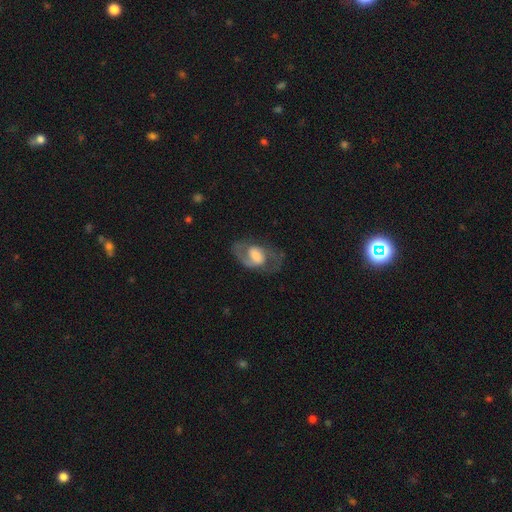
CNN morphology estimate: type=featured or disk (74%); edge-on=no (96%); bar=weak (46%); spiral arms=yes (85%); winding=medium (54%); arm count=2 (81%); bulge=moderate (38%); merging=none (66%).